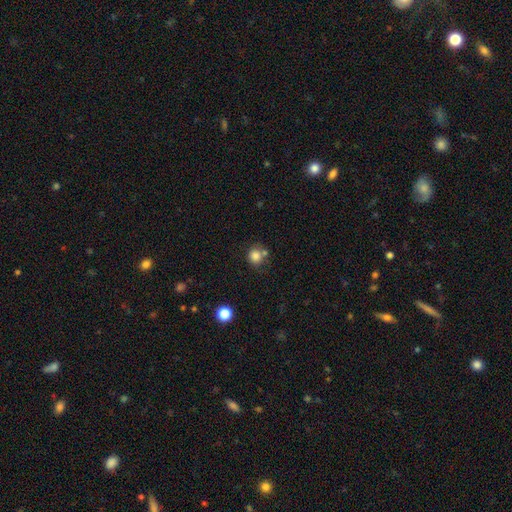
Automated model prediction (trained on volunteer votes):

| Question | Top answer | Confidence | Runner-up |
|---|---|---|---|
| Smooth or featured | smooth | 82% | star or artifact (11%) |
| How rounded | round | 87% | in between (12%) |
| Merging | none | 61% | merger (20%) |